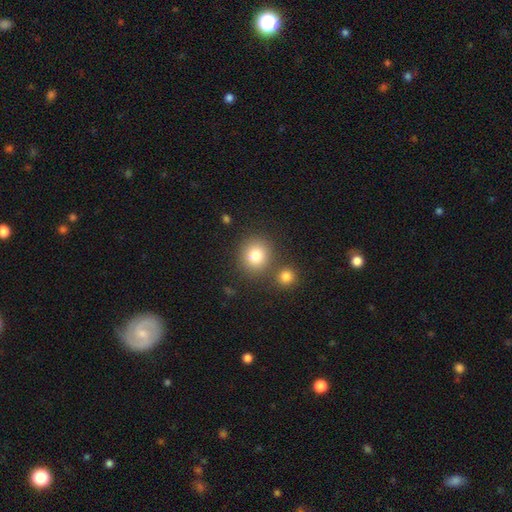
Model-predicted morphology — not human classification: smooth 80%, star or artifact 11%, featured or disk 9%. Down the decision tree: how rounded — round (86%); merging — none (73%).